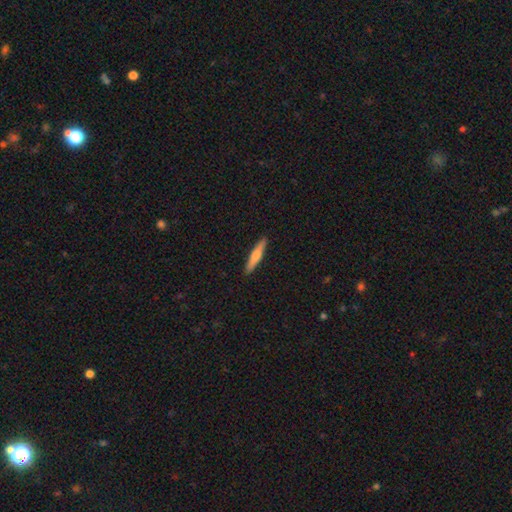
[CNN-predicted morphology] This is likely a smooth galaxy (64%). How rounded: clearly cigar-shaped (91%). Merging: clearly none (91%).